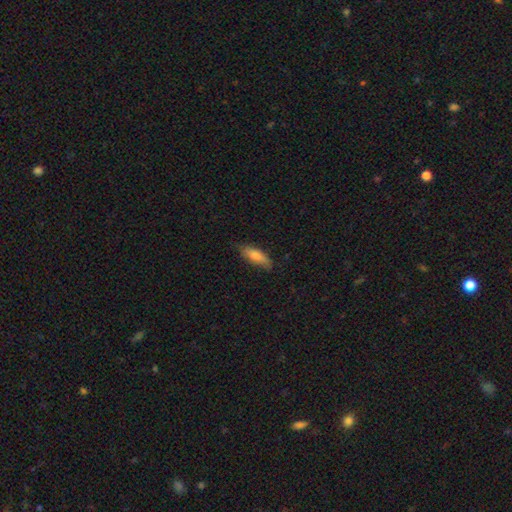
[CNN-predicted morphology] smooth-or-featured: smooth: 81% | featured or disk: 13% | star or artifact: 6%
  how-rounded: in between: 61% | cigar-shaped: 37% | round: 2%
  merging: none: 71% | minor disturbance: 23% | major disturbance: 4% | merger: 1%